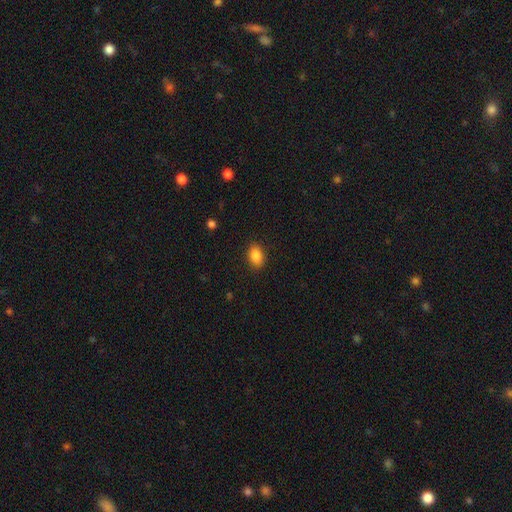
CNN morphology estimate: Q: Smooth or featured?
A: smooth (87%); runner-up: star or artifact (9%)
Q: How rounded?
A: in between (82%); runner-up: round (17%)
Q: Merging?
A: none (88%); runner-up: minor disturbance (8%)